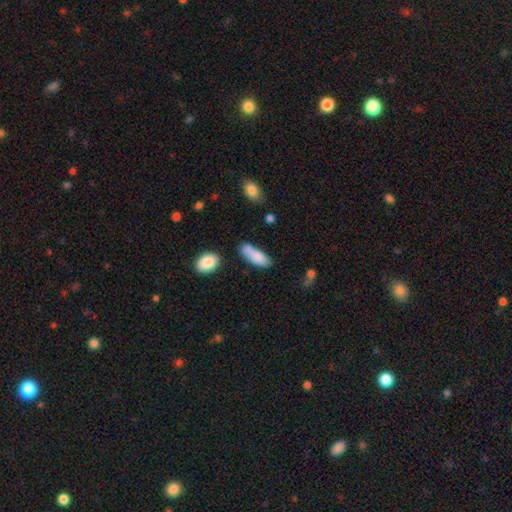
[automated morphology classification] smooth-or-featured: smooth: 82% | featured or disk: 11% | star or artifact: 7%
  how-rounded: in between: 65% | cigar-shaped: 33% | round: 2%
  merging: none: 51% | minor disturbance: 25% | merger: 16% | major disturbance: 8%